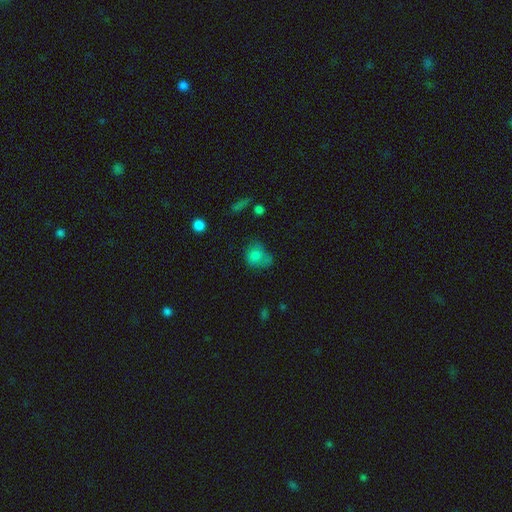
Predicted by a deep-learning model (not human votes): Morphology: type=smooth (76%); roundness=round (57%); merging=none (37%).